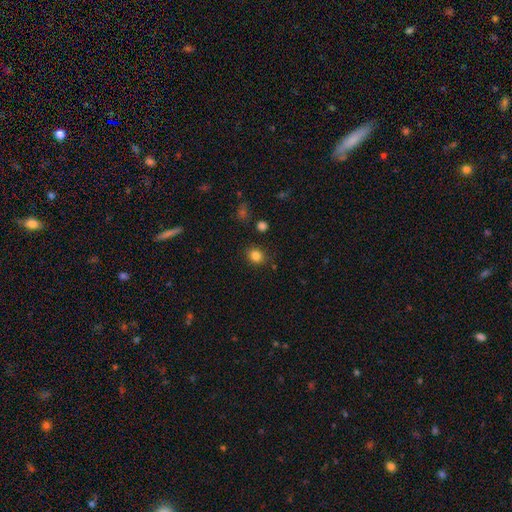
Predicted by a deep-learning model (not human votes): A smooth galaxy with no disk features (83%) that is round (67%). Merging: none (83%).